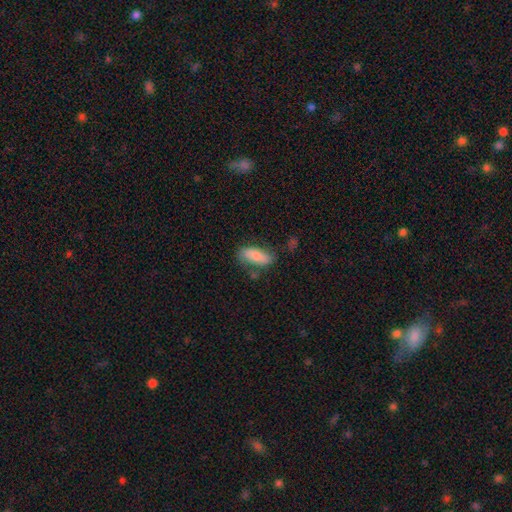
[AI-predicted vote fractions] smooth 75%, featured or disk 18%, star or artifact 7%. Down the decision tree: how rounded — in between (75%); merging — none (63%).